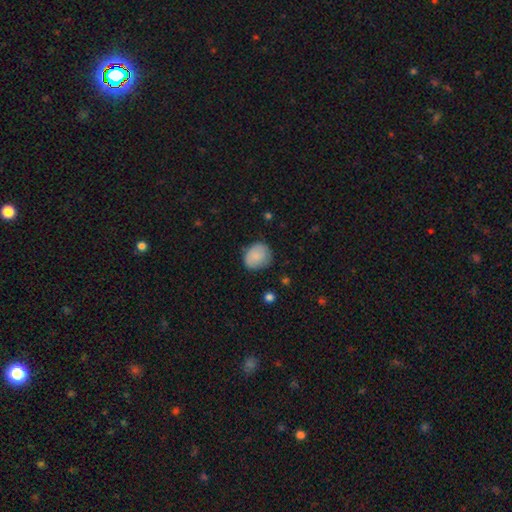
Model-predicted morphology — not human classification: type=smooth (85%); roundness=round (72%); merging=none (73%).